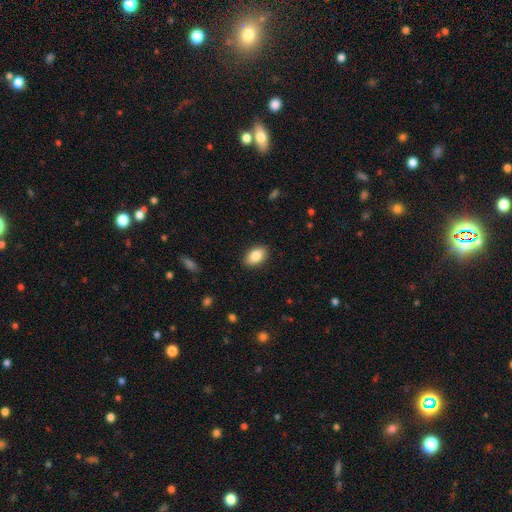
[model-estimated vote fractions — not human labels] Morphology: type=smooth (85%); roundness=in between (90%); merging=none (89%).